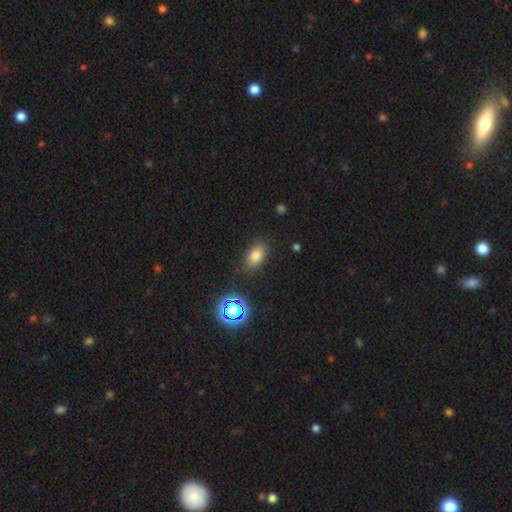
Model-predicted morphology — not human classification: smooth_or_featured: smooth (p=0.76) [alt: star or artifact p=0.15]
how_rounded: in between (p=0.84) [alt: round p=0.13]
merging: none (p=0.83) [alt: minor disturbance p=0.11]